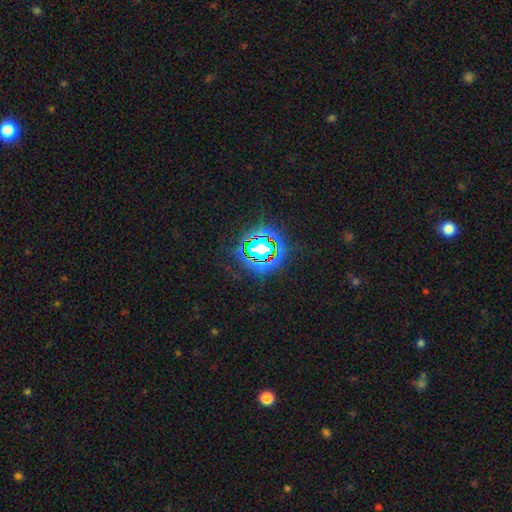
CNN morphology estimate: Smooth or featured: star or artifact — 71% (smooth — 18%)